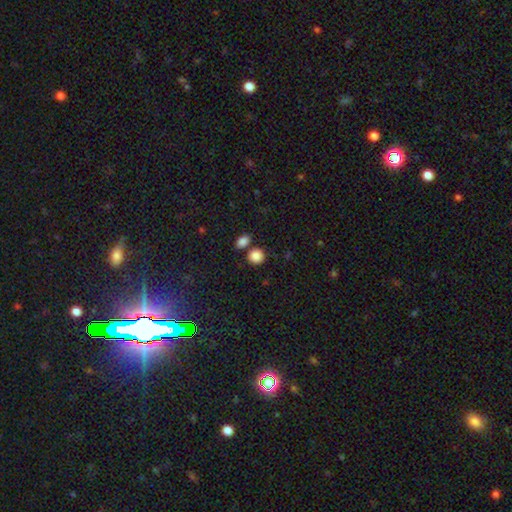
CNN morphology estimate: This appears to be a smooth galaxy with no disk features (87%) that is round (83%). Merging: none (71%).